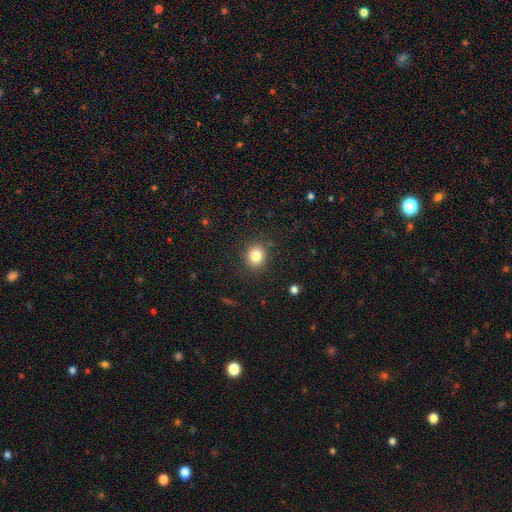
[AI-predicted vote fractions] Smooth or featured?
  - smooth: 82% *
  - star or artifact: 11%
  - featured or disk: 7%
How rounded?
  - round: 78% *
  - in between: 21%
  - cigar-shaped: 1%
Merging?
  - none: 88% *
  - minor disturbance: 8%
  - major disturbance: 3%
  - merger: 1%